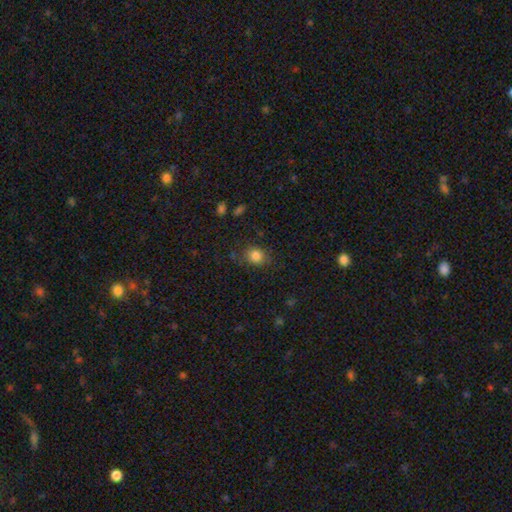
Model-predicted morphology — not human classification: smooth-or-featured: smooth: 83% | star or artifact: 11% | featured or disk: 7%
  how-rounded: round: 60% | in between: 39% | cigar-shaped: 1%
  merging: none: 75% | minor disturbance: 18% | major disturbance: 5% | merger: 2%